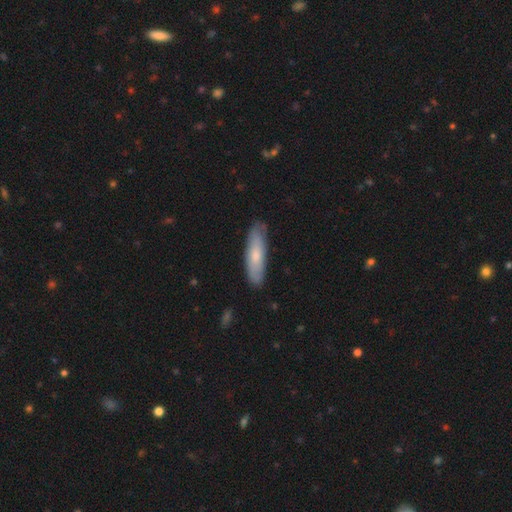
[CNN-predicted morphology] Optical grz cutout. It shows a smooth galaxy with no disk features (65%) that is cigar-shaped (67%). Merging: none (83%).